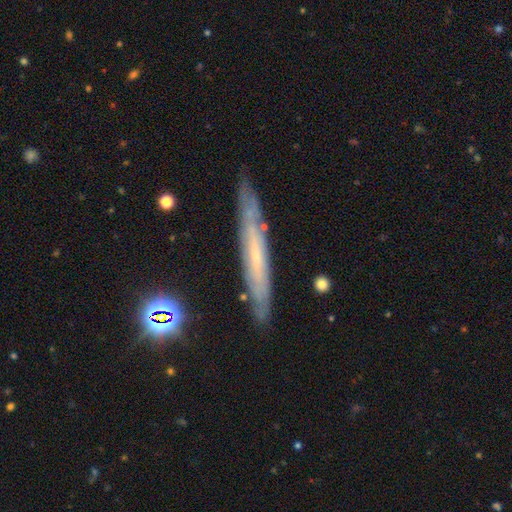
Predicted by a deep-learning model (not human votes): smooth_or_featured: featured or disk (p=0.66) [alt: smooth p=0.26]
disk_edge_on: yes (p=0.74) [alt: no p=0.26]
merging: none (p=0.82) [alt: minor disturbance p=0.14]